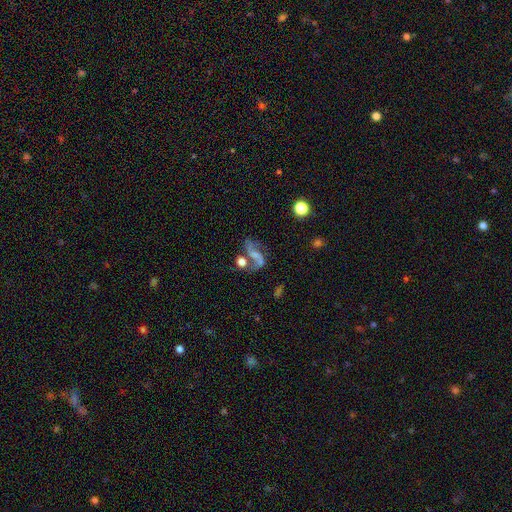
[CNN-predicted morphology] Overall: featured or disk (67%). Edge-on disk: no (96%). Bar: no (46%; weak 35%). Spiral arms: yes (84%). Spiral arm count: 2 (84%). Spiral winding: loose (83%). Bulge size: none (45%; small 28%). Merging: none (35%; merger 29%).